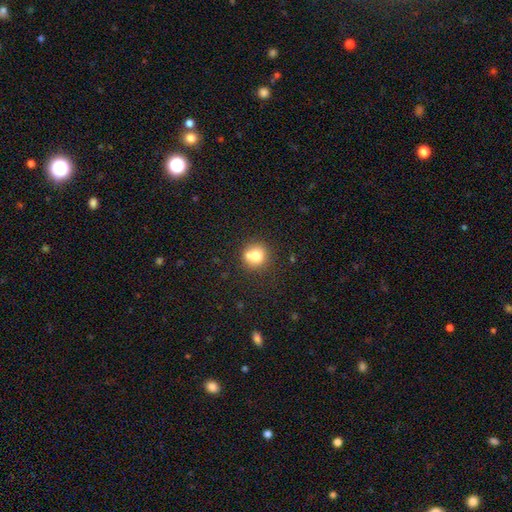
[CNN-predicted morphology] This is likely a smooth galaxy (75%). How rounded: clearly round (88%). Merging: likely none (61%).